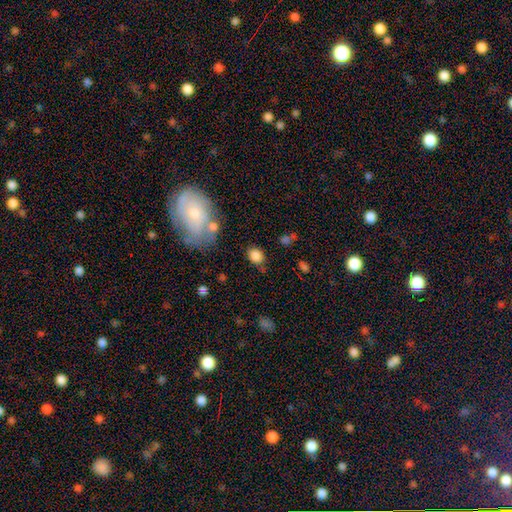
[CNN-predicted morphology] type=smooth (84%); roundness=round (53%); merging=none (76%).